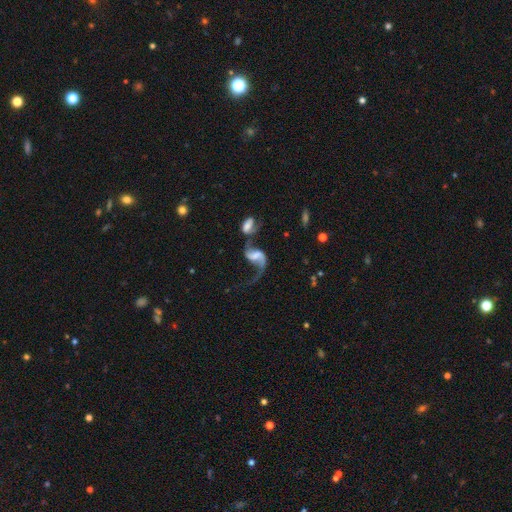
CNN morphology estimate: The model was most divided on "bulge size": none: 31%, small: 28%, moderate: 26%, large: 12%, dominant: 3%. Remaining: edge-on disk — no (97%); spiral arms — yes (93%); smooth or featured — featured or disk (82%); spiral winding — loose (81%); spiral arm count — 2 (73%); bar — weak (44%); merging — merger (42%).